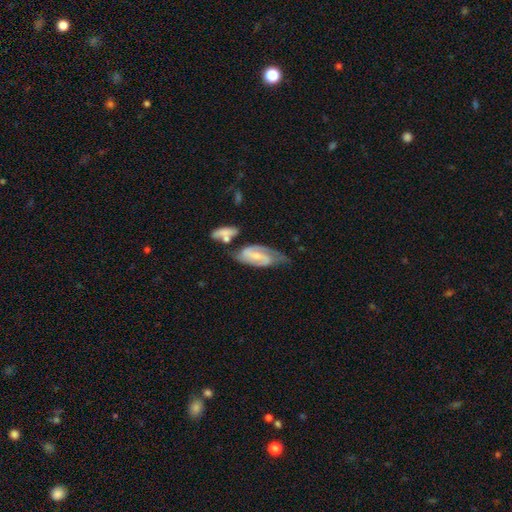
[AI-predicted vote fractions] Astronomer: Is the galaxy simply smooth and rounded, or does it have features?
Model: featured or disk — 81%.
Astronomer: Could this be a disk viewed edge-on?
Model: no — 95%.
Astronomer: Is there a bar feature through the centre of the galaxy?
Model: weak — 46% (runner-up: strong, 30%).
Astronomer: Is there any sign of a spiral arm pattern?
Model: yes — 95%.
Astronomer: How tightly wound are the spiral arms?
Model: medium — 48% (runner-up: tight, 31%).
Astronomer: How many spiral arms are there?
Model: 2 — 85%.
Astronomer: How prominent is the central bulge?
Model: small — 56% (runner-up: moderate, 34%).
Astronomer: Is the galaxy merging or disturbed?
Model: none — 52%.